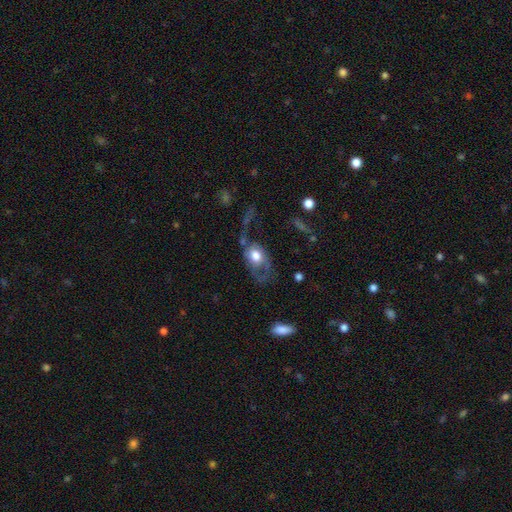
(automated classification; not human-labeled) Overall: smooth (48%; featured or disk 44%). Merging: major disturbance (49%; none 26%).